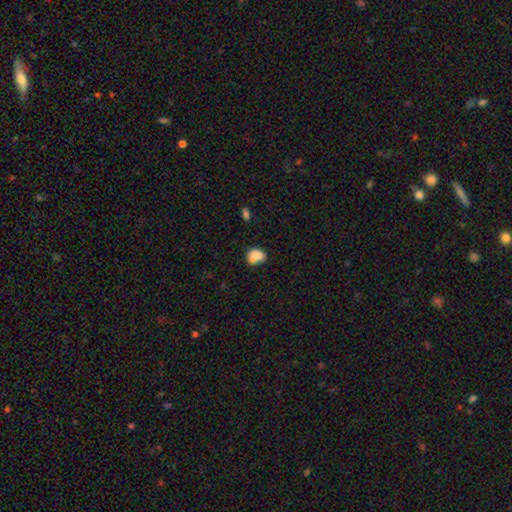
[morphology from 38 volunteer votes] type=smooth (82%); roundness=in between (65%); merging=none (36%).